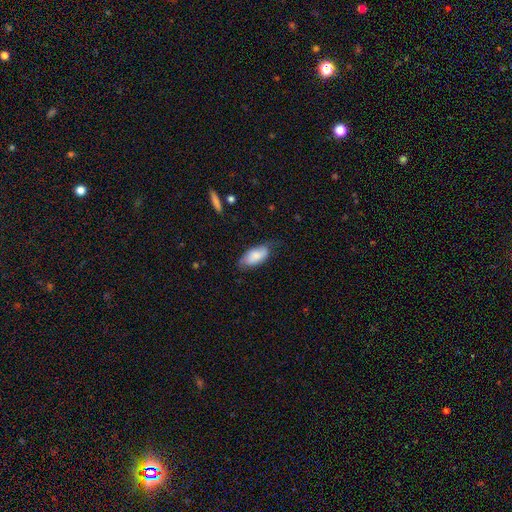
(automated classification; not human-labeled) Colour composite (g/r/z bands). It shows a smooth galaxy with no disk features (80%) that is in between round and cigar-shaped (91%). Merging: none (64%).